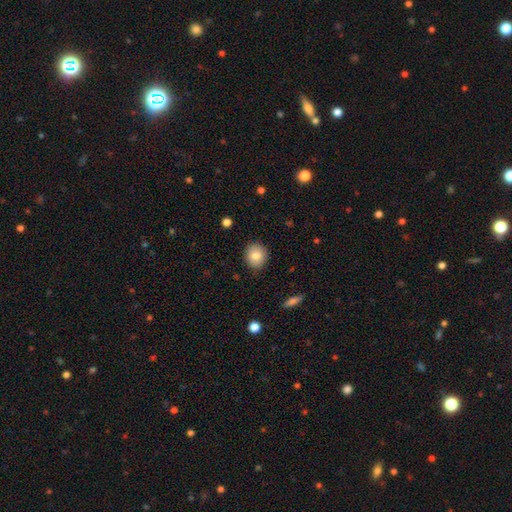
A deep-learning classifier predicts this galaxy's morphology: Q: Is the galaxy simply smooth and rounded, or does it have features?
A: smooth — 83%.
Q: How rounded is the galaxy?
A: round — 74%.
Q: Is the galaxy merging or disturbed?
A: none — 88%.